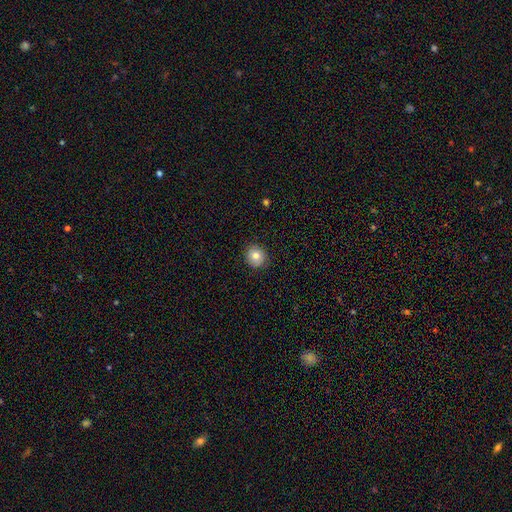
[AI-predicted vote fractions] The model was most divided on "smooth or featured": smooth: 78%, featured or disk: 12%, star or artifact: 10%. More confident: merging — none (89%); how rounded — round (88%).